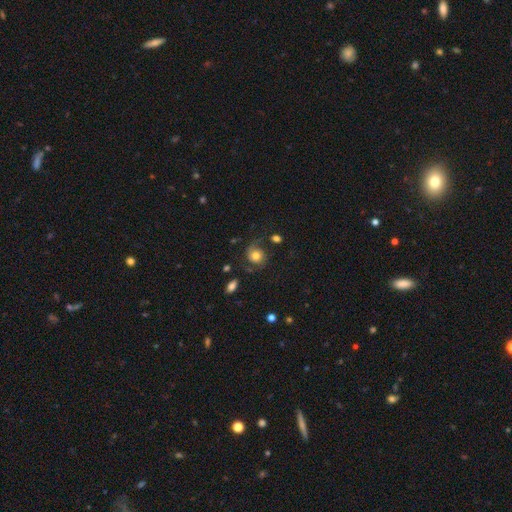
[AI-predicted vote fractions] Smooth or featured? smooth (55%)
How rounded? round (80%)
Merging? none (62%)